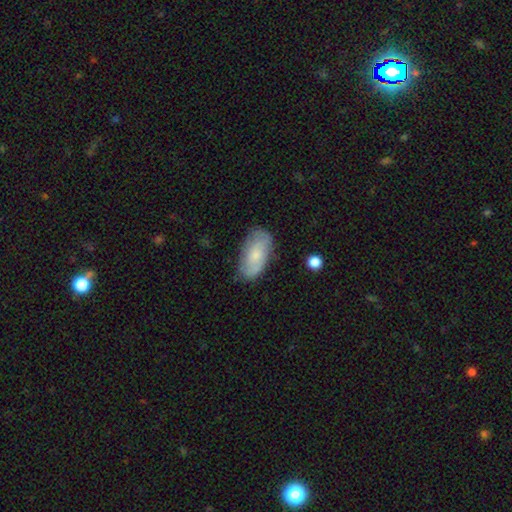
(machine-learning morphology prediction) The model was most divided on "smooth or featured": smooth: 62%, featured or disk: 32%, star or artifact: 6%. More confident: how rounded — in between (92%); merging — none (72%).